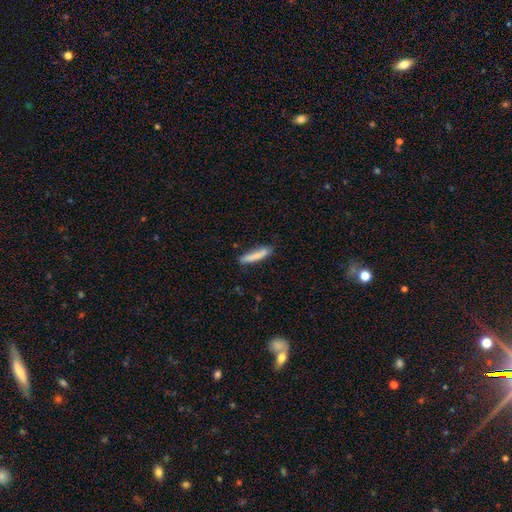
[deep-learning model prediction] Morphology: type=smooth (82%); roundness=cigar-shaped (88%); merging=none (78%).